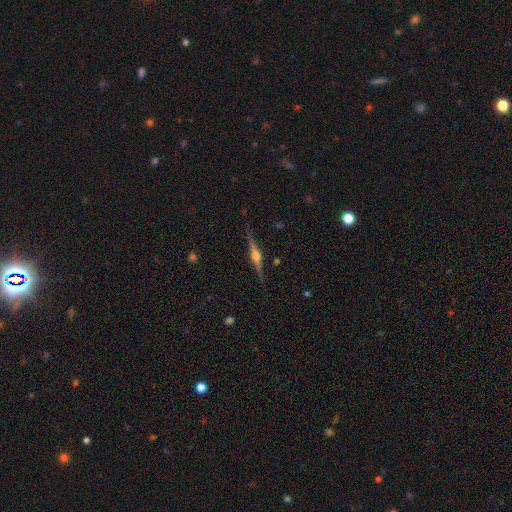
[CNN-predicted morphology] Overall: featured or disk (83%). Edge-on disk: yes (98%). Edge-on bulge: rounded (91%). Merging: none (88%).